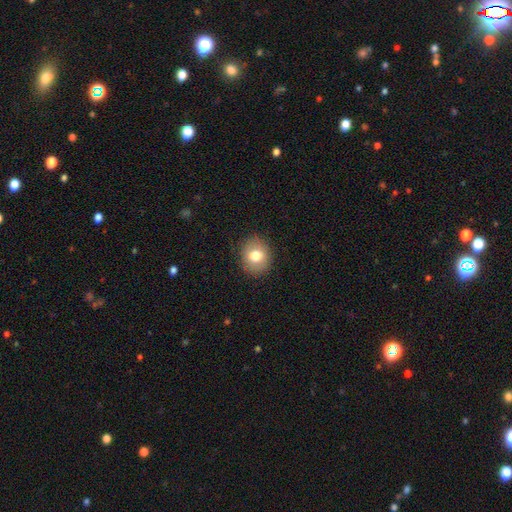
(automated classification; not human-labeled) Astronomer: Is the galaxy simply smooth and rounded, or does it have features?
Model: smooth — 77%.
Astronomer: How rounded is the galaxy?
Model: round — 65%.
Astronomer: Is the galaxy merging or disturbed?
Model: none — 88%.